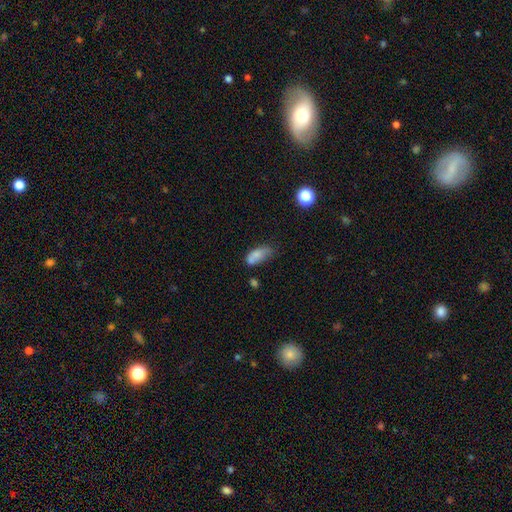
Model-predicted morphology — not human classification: Smooth or featured? Predicted: smooth (p=0.77). How rounded? Predicted: in between (p=0.85). Merging? Predicted: none (p=0.41).